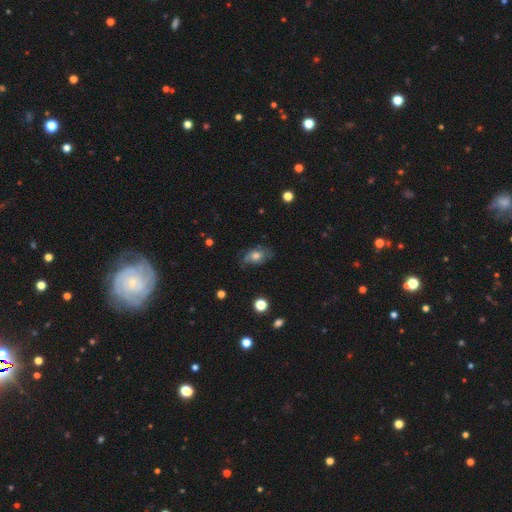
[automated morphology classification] Overall: smooth (49%; featured or disk 39%). Merging: none (60%; minor disturbance 26%).